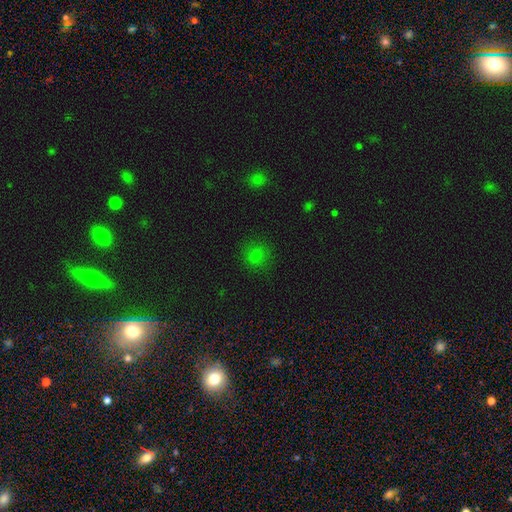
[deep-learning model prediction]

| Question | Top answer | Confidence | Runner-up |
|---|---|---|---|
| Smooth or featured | smooth | 69% | star or artifact (23%) |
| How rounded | round | 77% | in between (22%) |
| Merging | none | 82% | minor disturbance (12%) |